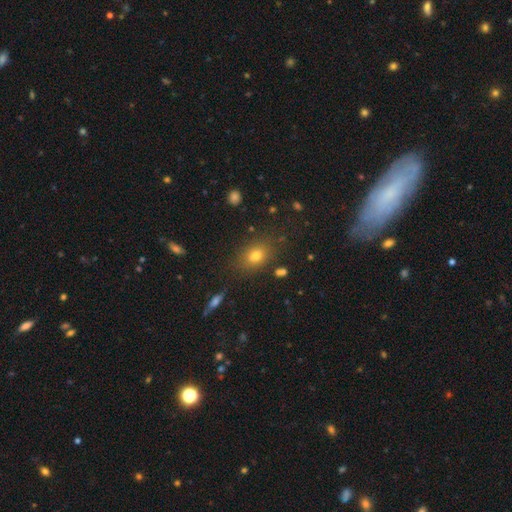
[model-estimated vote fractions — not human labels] The model was most divided on "how rounded": in between: 65%, round: 32%, cigar-shaped: 2%. More confident: merging — none (81%); smooth or featured — smooth (73%).